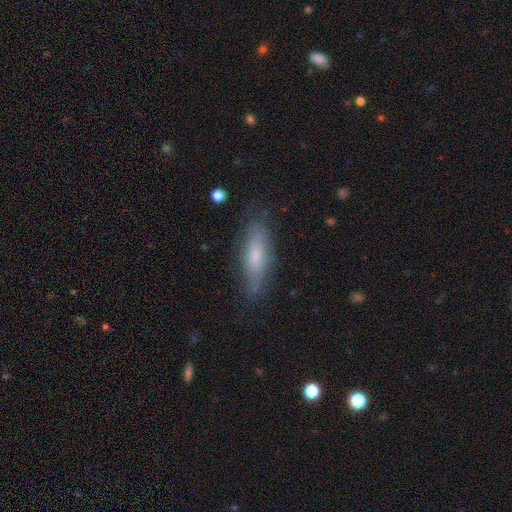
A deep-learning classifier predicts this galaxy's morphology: Smooth or featured: smooth — 60% (featured or disk — 33%)
How rounded: in between — 49% (tied with cigar-shaped — 49%)
Merging: none — 71% (minor disturbance — 21%)